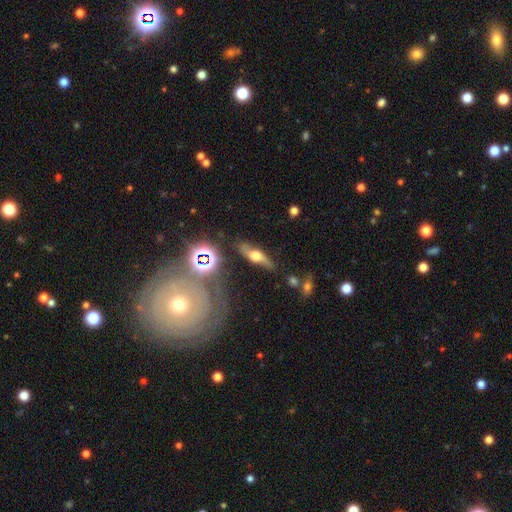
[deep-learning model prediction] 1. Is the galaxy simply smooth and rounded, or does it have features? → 57% featured or disk, 32% smooth, 12% star or artifact.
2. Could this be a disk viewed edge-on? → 66% yes, 34% no.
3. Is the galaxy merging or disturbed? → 75% none, 16% minor disturbance, 5% major disturbance, 4% merger.